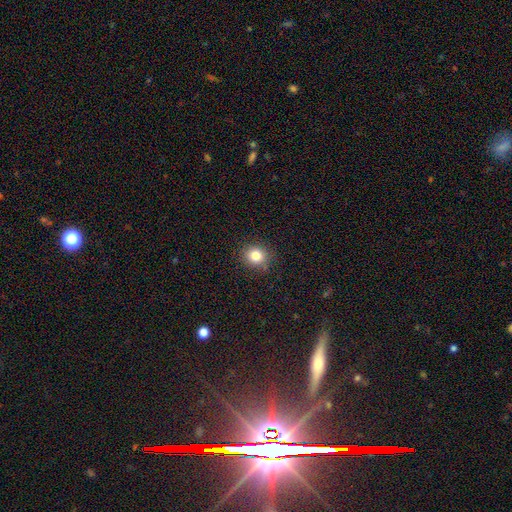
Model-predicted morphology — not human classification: Smooth or featured: smooth — 81% (star or artifact — 12%)
How rounded: round — 82% (in between — 17%)
Merging: none — 87% (minor disturbance — 10%)